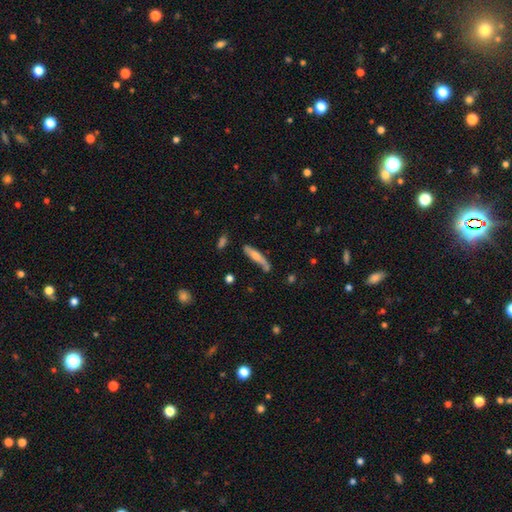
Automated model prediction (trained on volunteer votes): Morphology: type=featured or disk (48%); merging=none (67%).